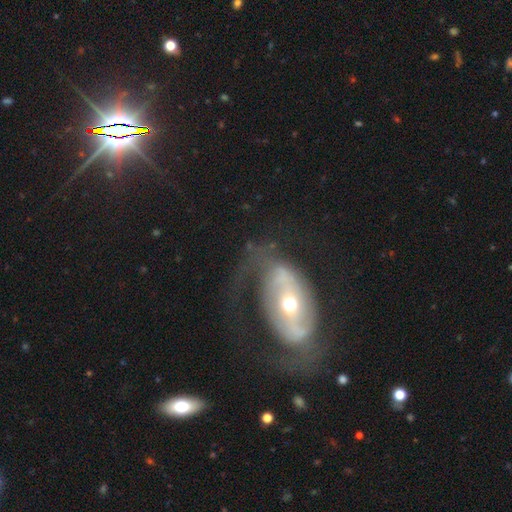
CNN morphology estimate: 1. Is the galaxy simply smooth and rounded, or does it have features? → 76% featured or disk, 16% smooth, 8% star or artifact.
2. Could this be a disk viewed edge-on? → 92% no, 8% yes.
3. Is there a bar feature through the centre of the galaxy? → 42% strong, 29% no, 28% weak.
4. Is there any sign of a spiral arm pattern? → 70% yes, 30% no.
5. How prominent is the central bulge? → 65% moderate, 27% small, 5% large, 1% dominant, 1% none.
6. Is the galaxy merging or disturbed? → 50% none, 29% major disturbance, 18% minor disturbance, 3% merger.